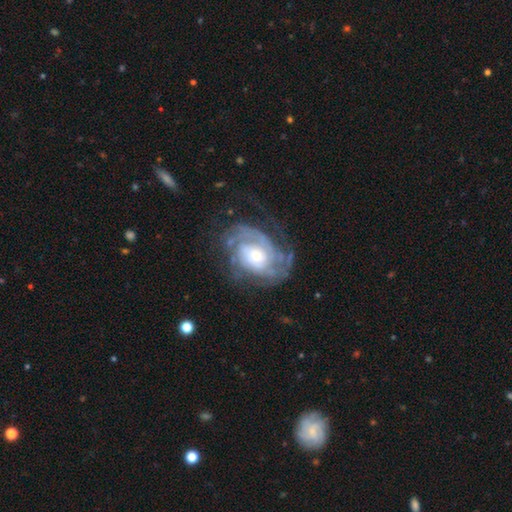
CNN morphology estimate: This appears to be a featured or disk galaxy (87%) with no bar (70%), tight (61%) spiral arms (94%) and a moderate central bulge (46%). Merging: none (62%).